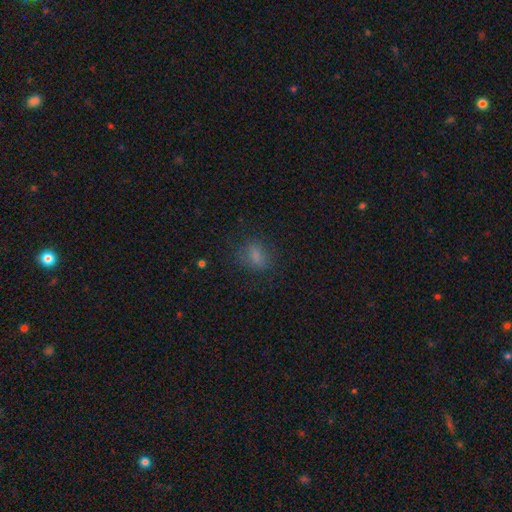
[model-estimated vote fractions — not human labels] Smooth or featured? smooth (74%)
How rounded? in between (65%)
Merging? none (74%)